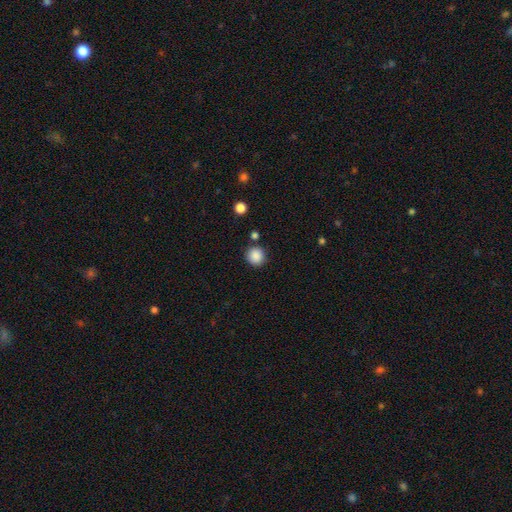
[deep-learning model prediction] Morphology: type=smooth (87%); roundness=round (91%); merging=none (83%).